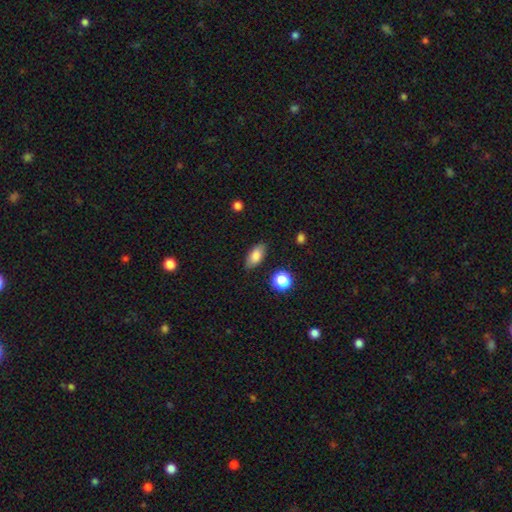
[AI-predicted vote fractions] Overall: smooth (82%). How rounded: in between (87%). Merging: none (85%).